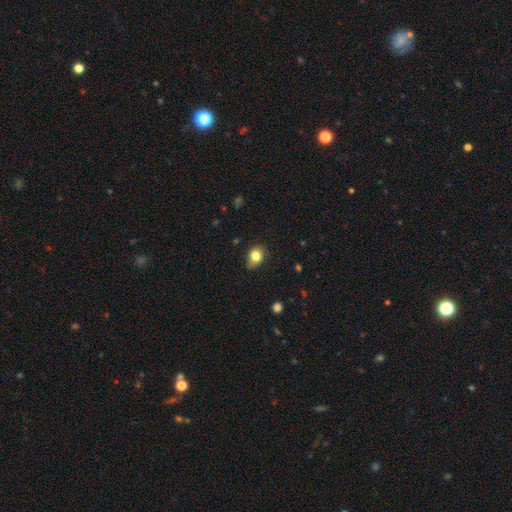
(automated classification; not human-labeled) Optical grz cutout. It shows a smooth galaxy with no disk features (81%) that is in between round and cigar-shaped (62%). Merging: none (70%).